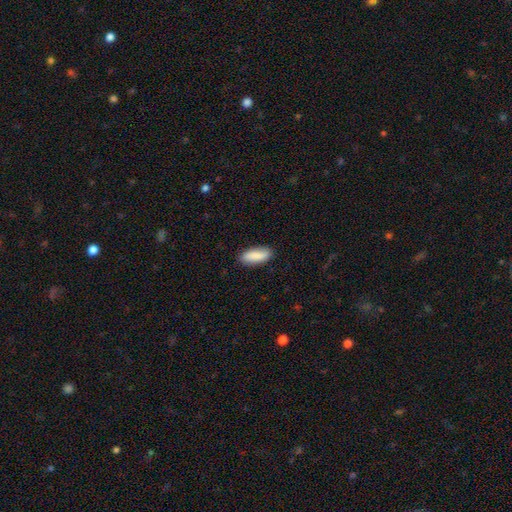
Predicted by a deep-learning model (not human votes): A smooth galaxy with no disk features (88%) that is in between round and cigar-shaped (70%). Merging: none (87%).